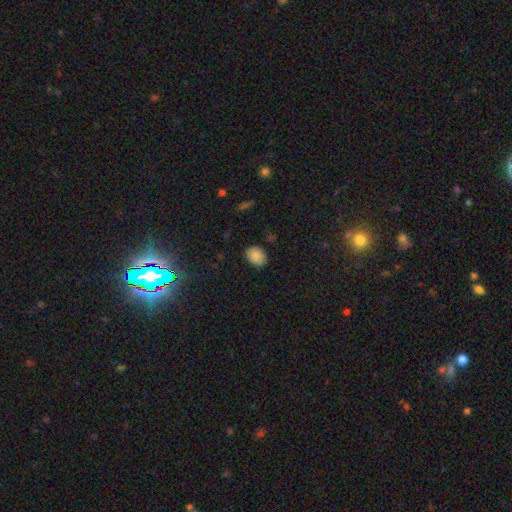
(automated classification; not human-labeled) Q: Smooth or featured?
A: smooth (87%); runner-up: star or artifact (9%)
Q: How rounded?
A: in between (60%); runner-up: round (39%)
Q: Merging?
A: none (84%); runner-up: minor disturbance (12%)